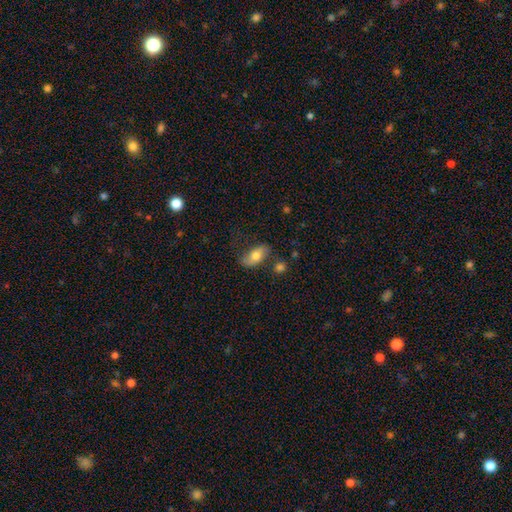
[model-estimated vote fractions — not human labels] Smooth or featured?
  - smooth: 64% *
  - featured or disk: 29%
  - star or artifact: 7%
How rounded?
  - in between: 87% *
  - cigar-shaped: 8%
  - round: 5%
Merging?
  - none: 65% *
  - minor disturbance: 21%
  - major disturbance: 8%
  - merger: 6%